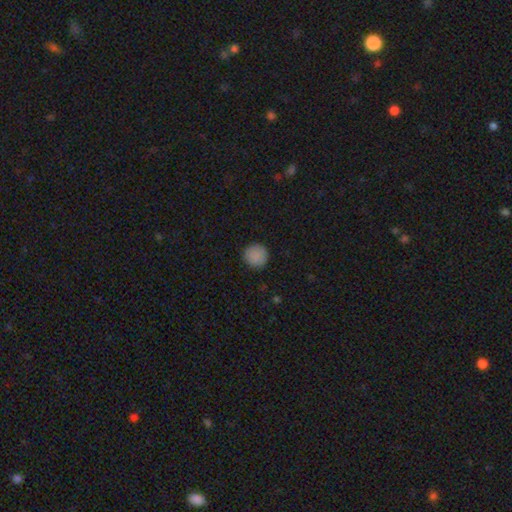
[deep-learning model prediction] A smooth galaxy with no disk features (87%) that is round (94%). Merging: none (90%).